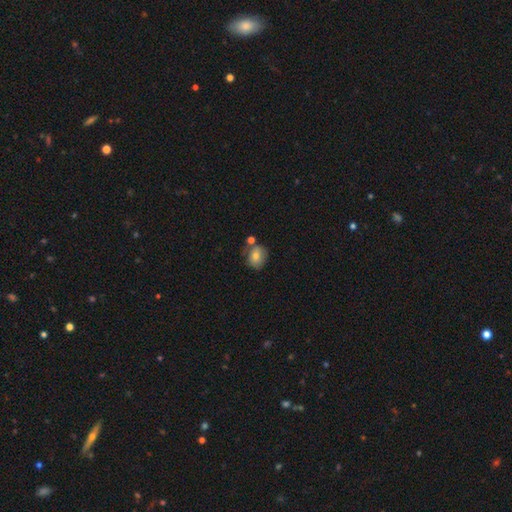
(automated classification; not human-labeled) smooth-or-featured: smooth: 74% | featured or disk: 17% | star or artifact: 9%
  how-rounded: round: 60% | in between: 39% | cigar-shaped: 1%
  merging: none: 55% | merger: 20% | minor disturbance: 19% | major disturbance: 6%